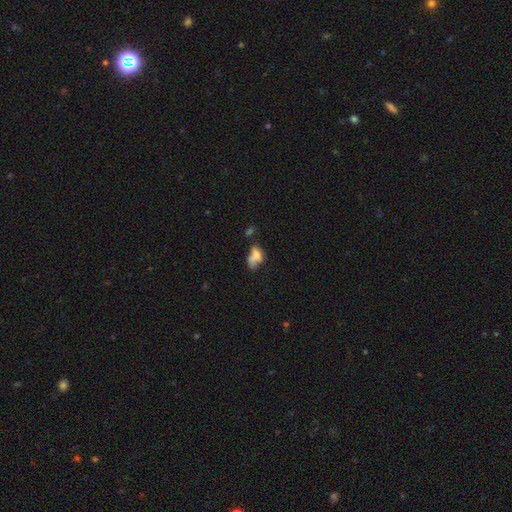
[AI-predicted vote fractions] Smooth or featured? Predicted: smooth (p=0.60). How rounded? Predicted: in between (p=0.83). Merging? Predicted: merger (p=0.39).